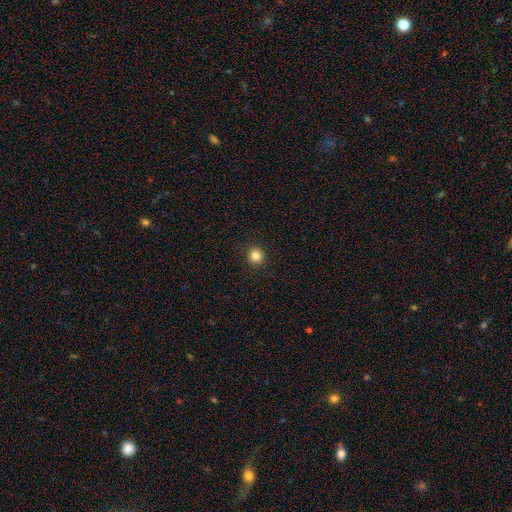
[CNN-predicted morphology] Overall: smooth (84%). How rounded: round (94%). Merging: none (93%).